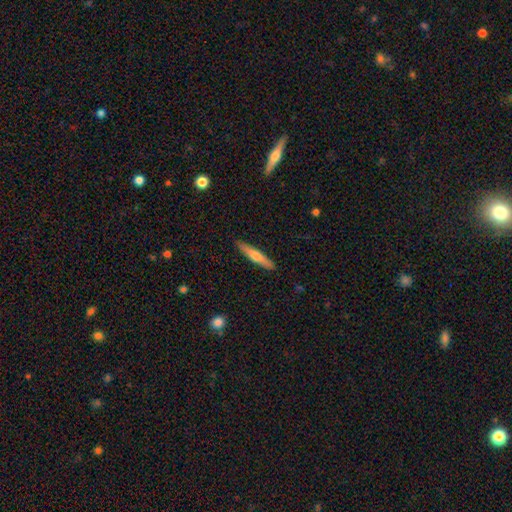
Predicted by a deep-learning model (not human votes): Overall: smooth (55%; featured or disk 40%). How rounded: cigar-shaped (88%). Merging: none (90%).